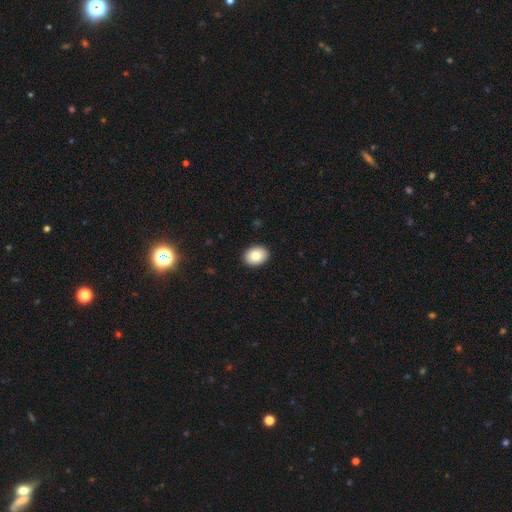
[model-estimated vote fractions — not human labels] A smooth galaxy with no disk features (82%) that is in between round and cigar-shaped (59%). Merging: none (92%).